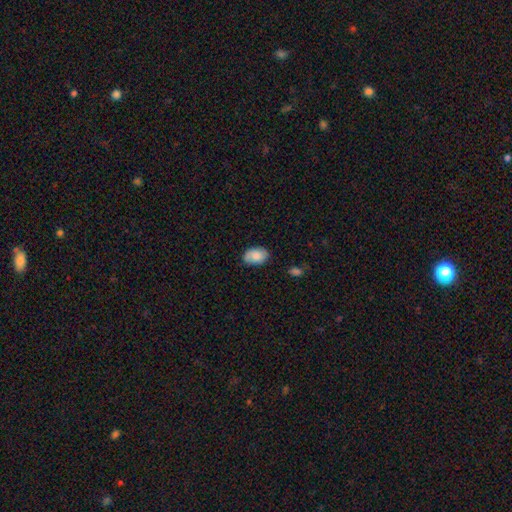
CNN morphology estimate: A smooth galaxy with no disk features (72%) that is in between round and cigar-shaped (85%). Merging: none (73%).